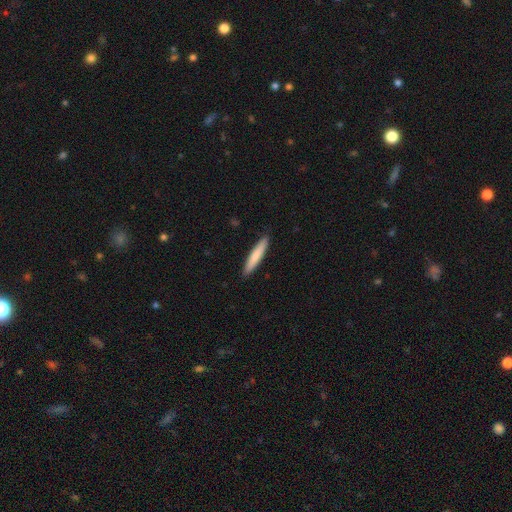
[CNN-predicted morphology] The model was most divided on "smooth or featured": smooth: 79%, featured or disk: 17%, star or artifact: 5%. More confident: how rounded — cigar-shaped (92%); merging — none (91%).